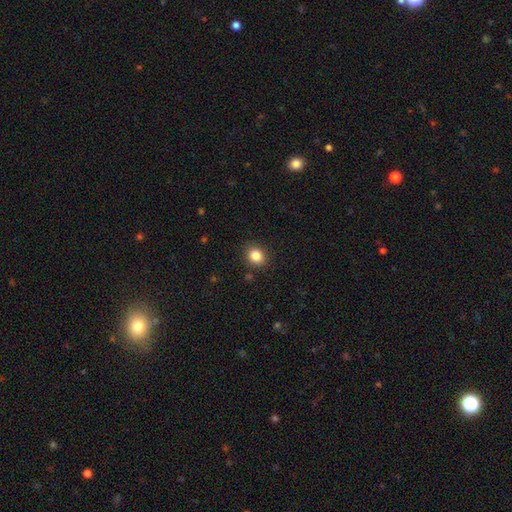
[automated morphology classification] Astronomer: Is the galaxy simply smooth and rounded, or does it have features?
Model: smooth — 84%.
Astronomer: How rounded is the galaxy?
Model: round — 57% (runner-up: in between, 42%).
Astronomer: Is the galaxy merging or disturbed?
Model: none — 88%.